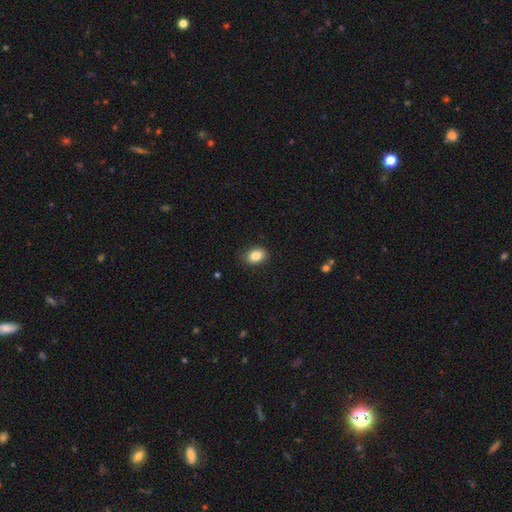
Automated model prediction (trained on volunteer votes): smooth-or-featured: smooth: 85% | star or artifact: 8% | featured or disk: 6%
  how-rounded: in between: 79% | round: 20% | cigar-shaped: 1%
  merging: none: 87% | minor disturbance: 10% | major disturbance: 2% | merger: 1%